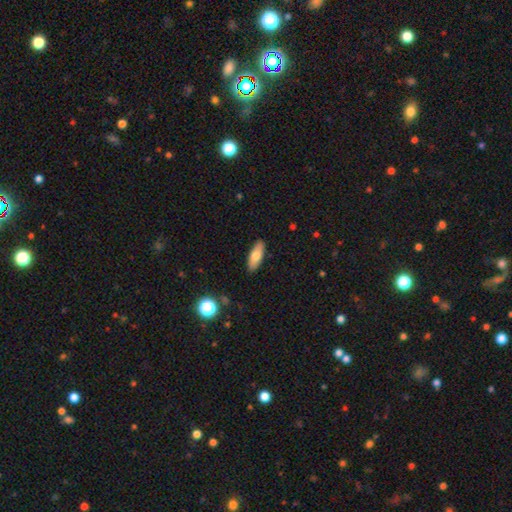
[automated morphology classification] smooth_or_featured: smooth (p=0.73) [alt: featured or disk p=0.20]
how_rounded: in between (p=0.68) [alt: cigar-shaped p=0.30]
merging: none (p=0.89) [alt: minor disturbance p=0.08]